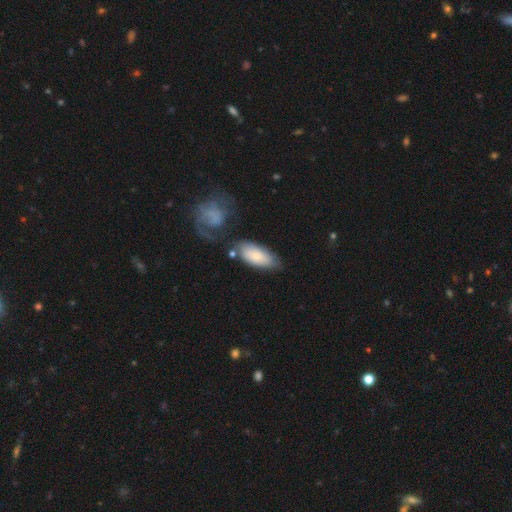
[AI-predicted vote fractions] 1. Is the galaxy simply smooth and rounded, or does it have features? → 76% smooth, 18% featured or disk, 6% star or artifact.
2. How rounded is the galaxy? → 86% in between, 12% cigar-shaped, 2% round.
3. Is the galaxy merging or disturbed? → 57% none, 22% minor disturbance, 13% merger, 8% major disturbance.